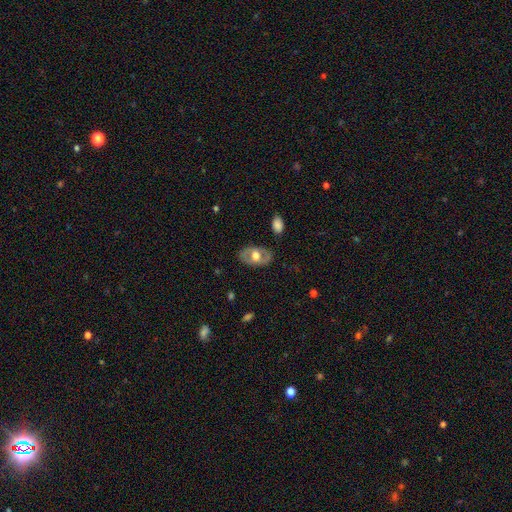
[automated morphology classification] Smooth or featured: featured or disk — 54% (smooth — 40%)
Edge-on disk: no — 89% (yes — 11%)
Merging: none — 81% (minor disturbance — 13%)